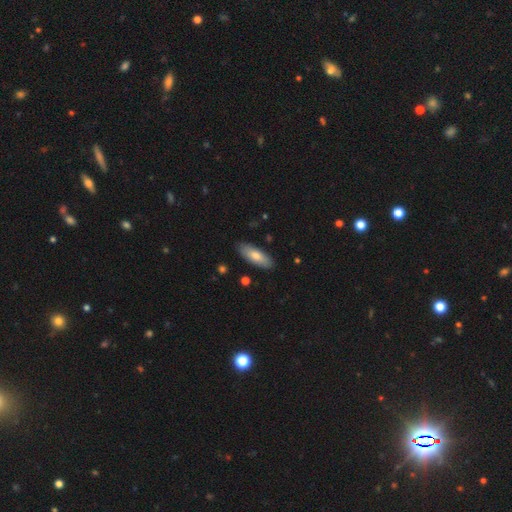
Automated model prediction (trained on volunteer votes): This appears to be a smooth galaxy with no disk features (76%) that is in between round and cigar-shaped (69%). Merging: none (87%).